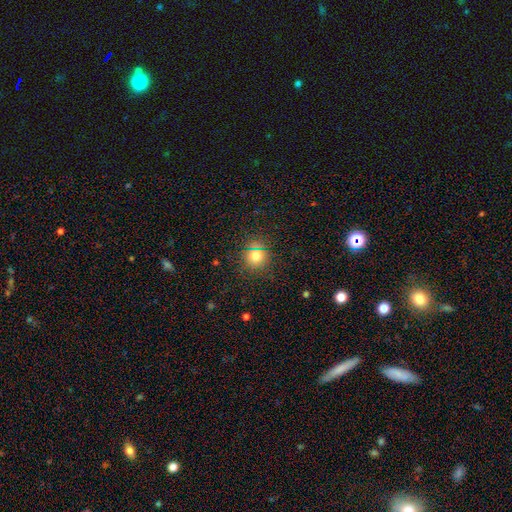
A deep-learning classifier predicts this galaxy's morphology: Smooth or featured? smooth (75%)
How rounded? round (92%)
Merging? none (86%)